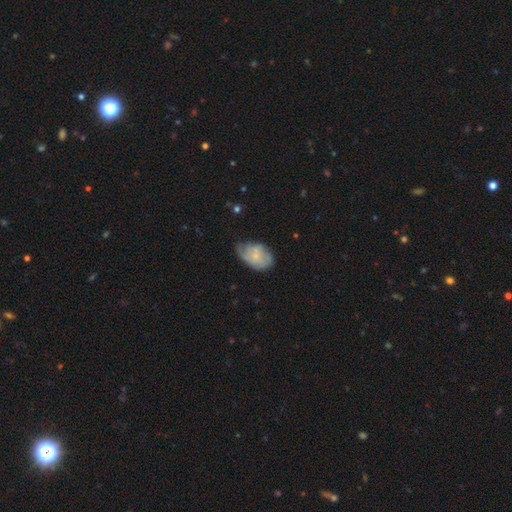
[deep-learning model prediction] Overall: smooth (48%; featured or disk 45%). Merging: none (43%; minor disturbance 39%).